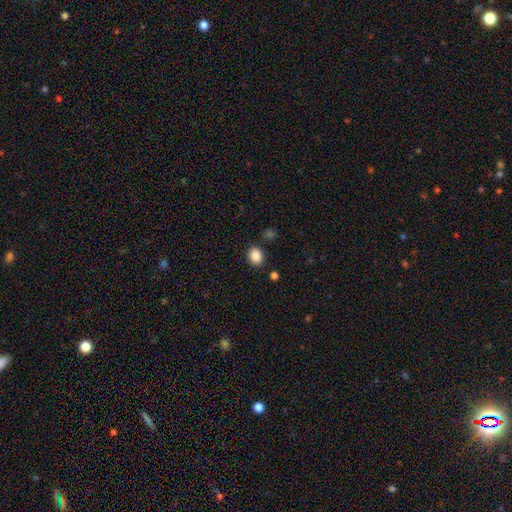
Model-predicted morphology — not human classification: A smooth galaxy with no disk features (87%) that is in between round and cigar-shaped (58%).

Vote fractions:
- Smooth or featured? smooth: 87% / star or artifact: 9% / featured or disk: 3%
- How rounded? in between: 58% / round: 41% / cigar-shaped: 1%
- Merging? none: 84% / minor disturbance: 10% / merger: 3% / major disturbance: 3%